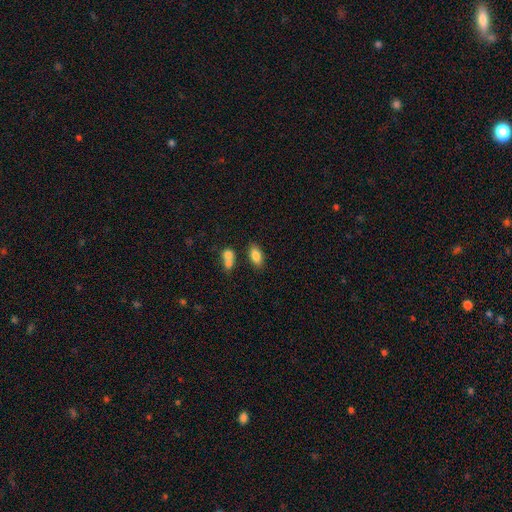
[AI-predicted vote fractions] Smooth or featured? smooth (83%)
How rounded? in between (89%)
Merging? none (70%)